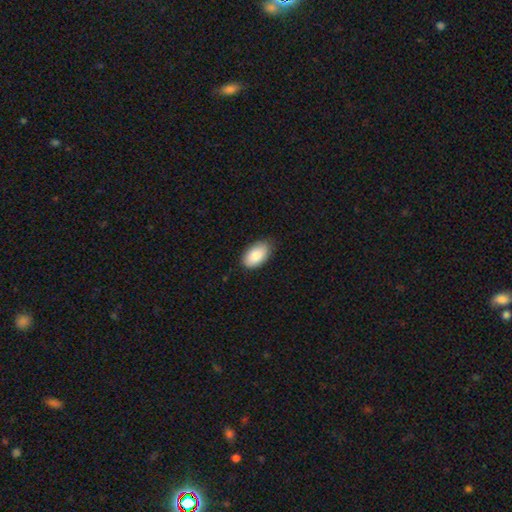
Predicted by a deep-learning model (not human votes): This appears to be a smooth galaxy with no disk features (86%) that is in between round and cigar-shaped (95%). Merging: none (82%).